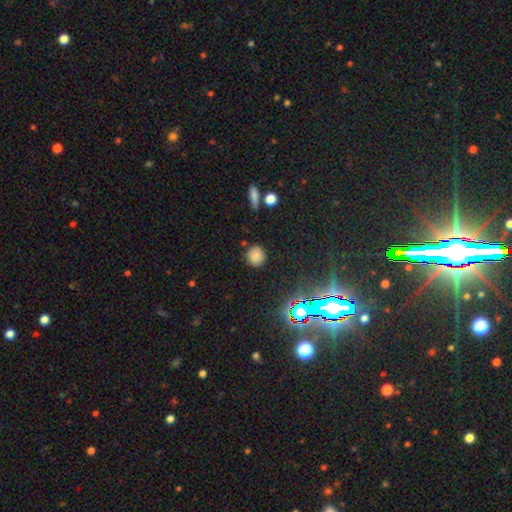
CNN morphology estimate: The model was most divided on "smooth or featured": smooth: 79%, star or artifact: 15%, featured or disk: 6%. More confident: merging — none (85%); how rounded — round (84%).